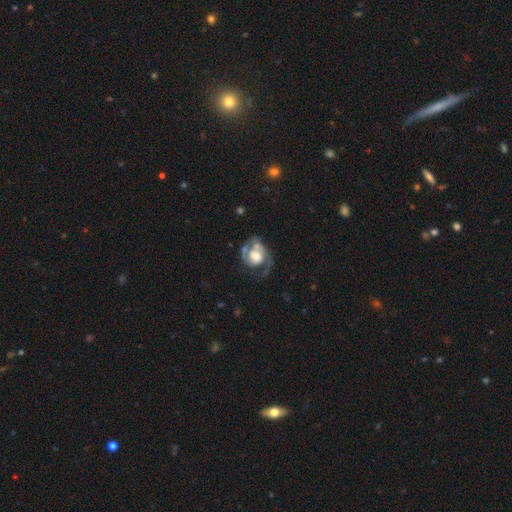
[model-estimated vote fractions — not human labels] Smooth or featured?
  - featured or disk: 68% *
  - smooth: 25%
  - star or artifact: 7%
Edge-on disk?
  - no: 98% *
  - yes: 2%
Bar?
  - no: 74% *
  - weak: 22%
  - strong: 5%
Spiral arms?
  - yes: 77% *
  - no: 23%
Spiral winding?
  - medium: 39% *
  - tight: 36%
  - loose: 25%
Spiral arm count?
  - 2: 45% *
  - 1: 38%
  - can't tell: 12%
  - 3: 2%
  - 4: 1%
  - more than 4: 1%
Bulge size?
  - large: 47% *
  - moderate: 27%
  - small: 10%
  - dominant: 8%
  - none: 7%
Merging?
  - none: 38% *
  - major disturbance: 32%
  - minor disturbance: 22%
  - merger: 8%